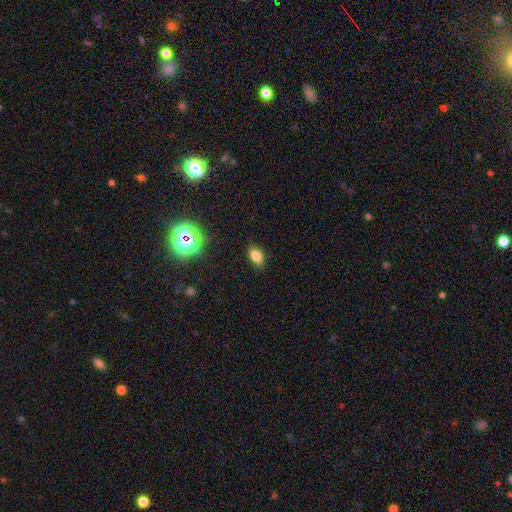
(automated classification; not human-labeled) Q: Smooth or featured?
A: smooth (77%); runner-up: star or artifact (15%)
Q: How rounded?
A: in between (87%); runner-up: round (9%)
Q: Merging?
A: none (85%); runner-up: minor disturbance (11%)